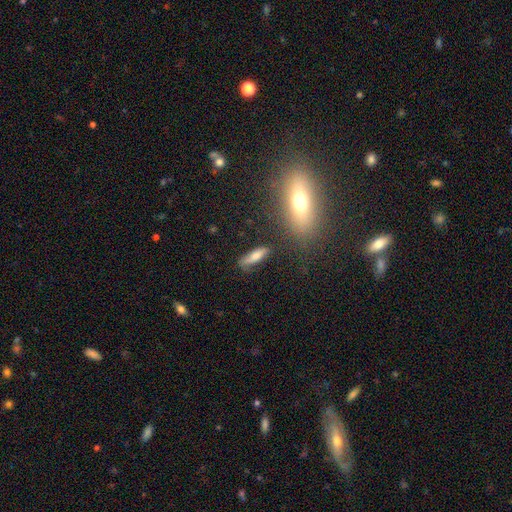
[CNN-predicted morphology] Smooth or featured: smooth — 62% (featured or disk — 27%)
How rounded: cigar-shaped — 69% (in between — 27%)
Merging: none — 79% (minor disturbance — 13%)